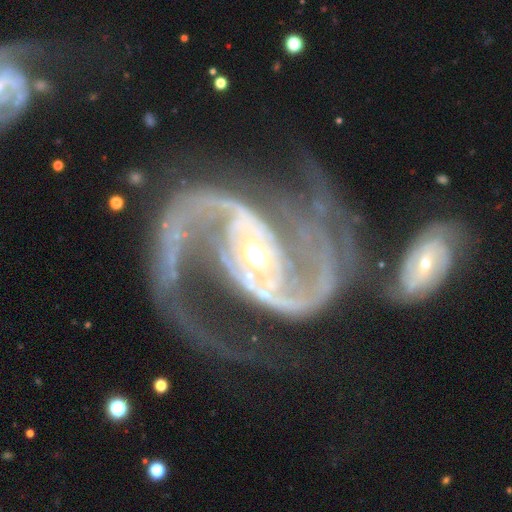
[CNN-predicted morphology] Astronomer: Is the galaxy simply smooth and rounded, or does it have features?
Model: featured or disk — 92%.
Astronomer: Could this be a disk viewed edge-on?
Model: no — 97%.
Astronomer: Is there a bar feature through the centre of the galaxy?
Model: no — 47% (runner-up: weak, 28%).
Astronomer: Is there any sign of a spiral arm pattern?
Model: yes — 93%.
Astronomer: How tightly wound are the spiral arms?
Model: medium — 41% (runner-up: loose, 38%).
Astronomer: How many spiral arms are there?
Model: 2 — 79%.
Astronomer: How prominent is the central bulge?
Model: moderate — 67%.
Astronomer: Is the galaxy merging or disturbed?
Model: none — 44% (runner-up: major disturbance, 29%).